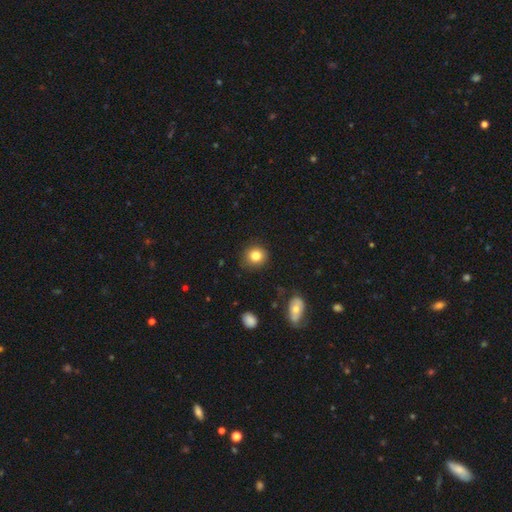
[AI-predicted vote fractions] Q: Smooth or featured?
A: smooth (82%); runner-up: star or artifact (11%)
Q: How rounded?
A: round (83%); runner-up: in between (16%)
Q: Merging?
A: none (87%); runner-up: minor disturbance (9%)